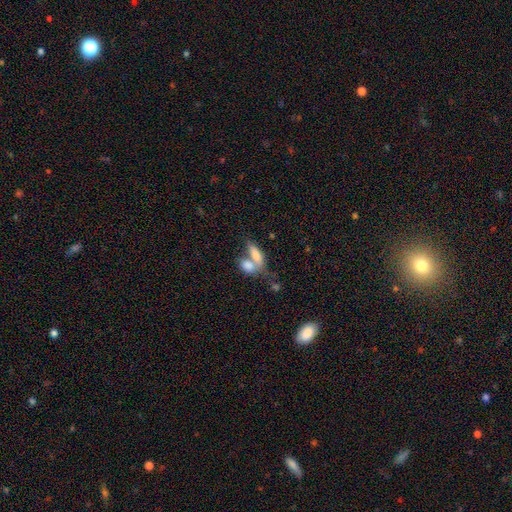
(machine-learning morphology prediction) This appears to be a smooth galaxy with no disk features (70%) that is in between round and cigar-shaped (71%). Merging: merger (56%).